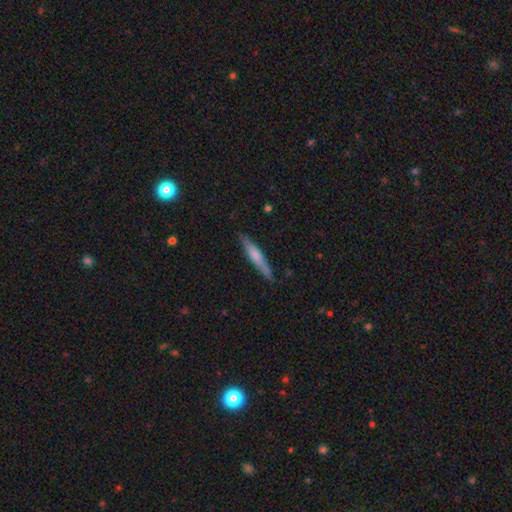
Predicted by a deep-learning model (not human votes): smooth_or_featured: smooth (p=0.57) [alt: featured or disk p=0.38]
how_rounded: cigar-shaped (p=0.93) [alt: in between p=0.06]
merging: none (p=0.86) [alt: minor disturbance p=0.11]